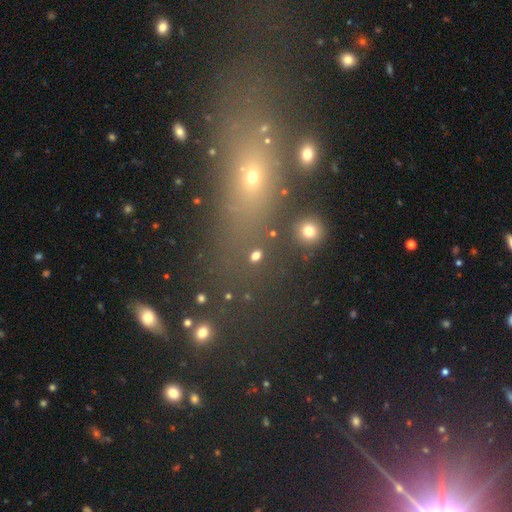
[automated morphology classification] This is likely a smooth galaxy (70%). How rounded: possibly round (54%). Merging: likely none (80%).